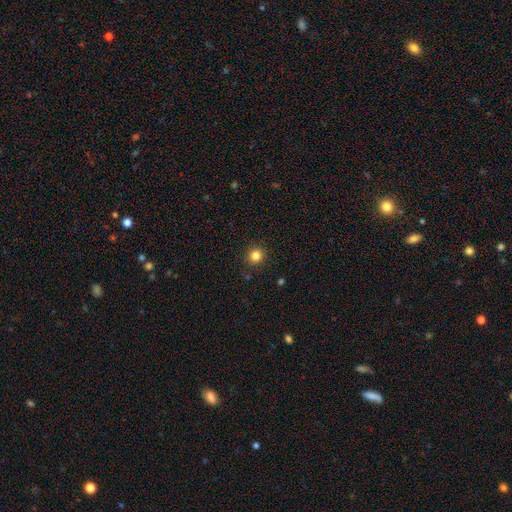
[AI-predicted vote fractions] This is clearly a smooth galaxy (83%). How rounded: clearly round (92%). Merging: clearly none (91%).